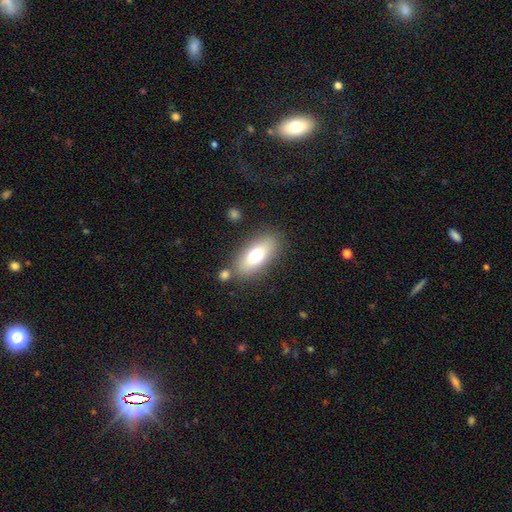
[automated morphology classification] Smooth or featured? Predicted: smooth (p=0.71). How rounded? Predicted: in between (p=0.80). Merging? Predicted: none (p=0.77).